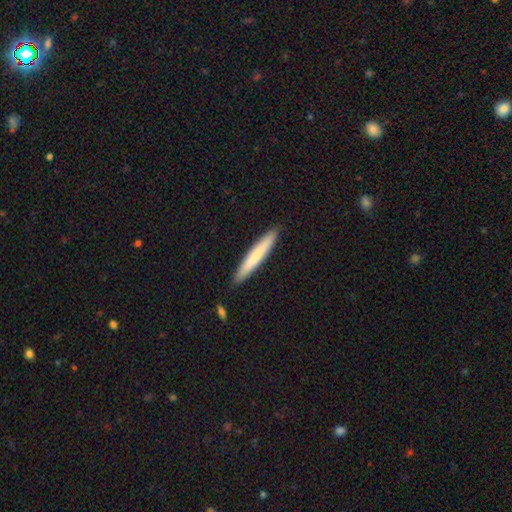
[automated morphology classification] smooth_or_featured: smooth (p=0.71) [alt: featured or disk p=0.24]
how_rounded: cigar-shaped (p=0.95) [alt: in between p=0.04]
merging: none (p=0.91) [alt: minor disturbance p=0.07]